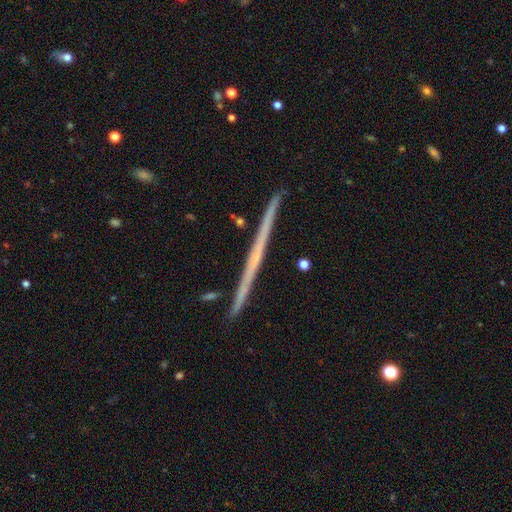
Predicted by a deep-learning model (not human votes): Smooth or featured?
  - featured or disk: 70% *
  - smooth: 24%
  - star or artifact: 6%
Edge-on disk?
  - yes: 98% *
  - no: 2%
Edge-on bulge?
  - none: 83% *
  - rounded: 13%
  - boxy: 4%
Merging?
  - none: 92% *
  - minor disturbance: 6%
  - merger: 1%
  - major disturbance: 1%